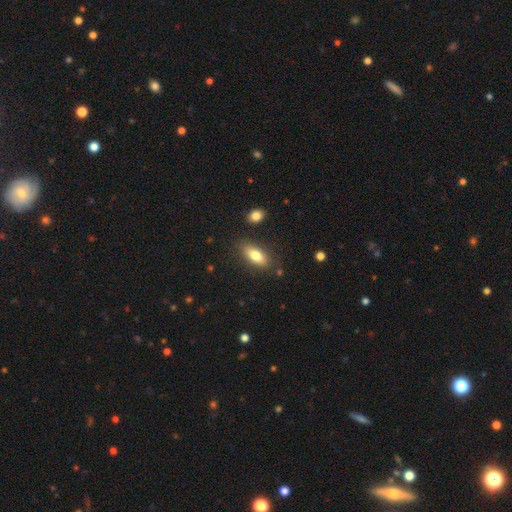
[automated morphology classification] smooth-or-featured: smooth: 78% | featured or disk: 15% | star or artifact: 7%
  how-rounded: in between: 81% | cigar-shaped: 16% | round: 3%
  merging: none: 83% | minor disturbance: 12% | major disturbance: 3% | merger: 3%